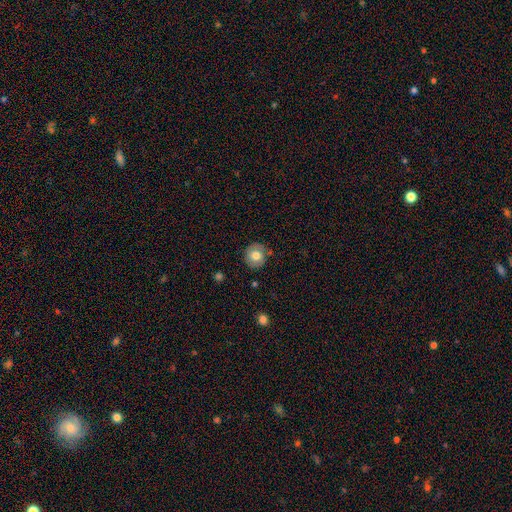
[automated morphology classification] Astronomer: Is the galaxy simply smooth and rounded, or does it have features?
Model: smooth — 74%.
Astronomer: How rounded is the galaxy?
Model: round — 88%.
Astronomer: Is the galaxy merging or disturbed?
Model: none — 84%.